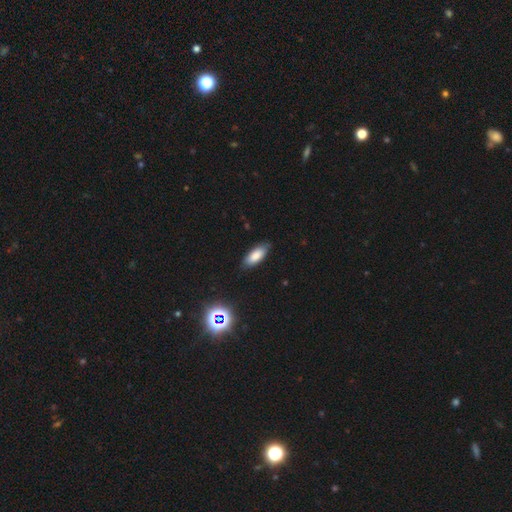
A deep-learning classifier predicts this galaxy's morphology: A smooth galaxy with no disk features (83%) that is in between round and cigar-shaped (81%). Merging: none (83%).